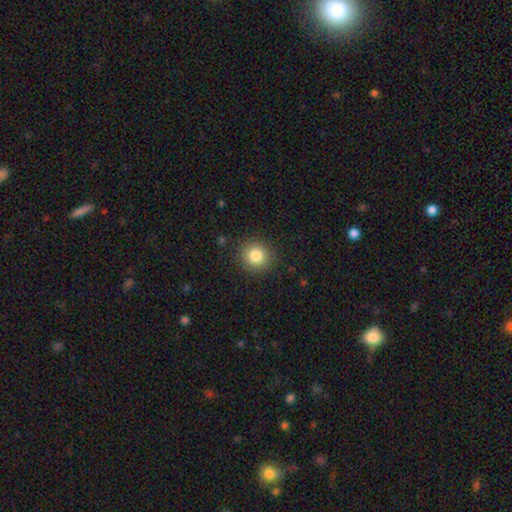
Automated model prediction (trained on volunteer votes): Overall: smooth (83%). How rounded: round (88%). Merging: none (89%).